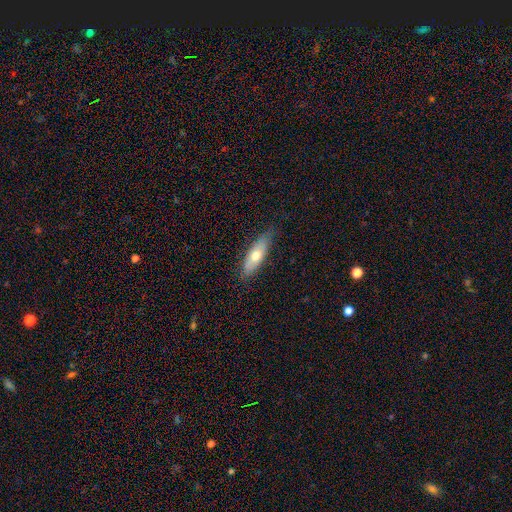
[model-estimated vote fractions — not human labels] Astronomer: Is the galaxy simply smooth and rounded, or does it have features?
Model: smooth — 63%.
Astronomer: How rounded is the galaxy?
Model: in between — 58% (runner-up: cigar-shaped, 40%).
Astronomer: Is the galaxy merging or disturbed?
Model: none — 77%.